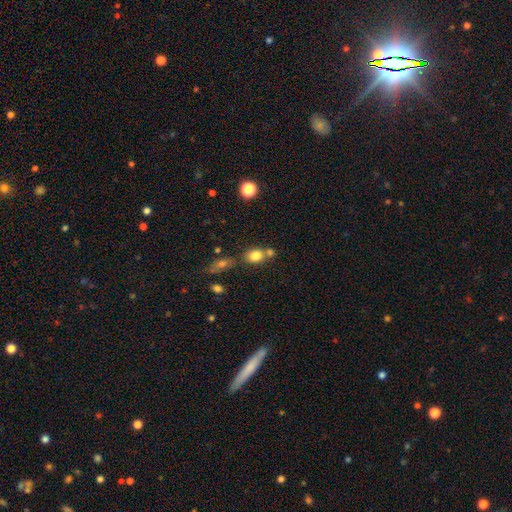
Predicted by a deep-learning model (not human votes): This is clearly a smooth galaxy (81%). How rounded: possibly in between (54%). Merging: possibly none (52%).